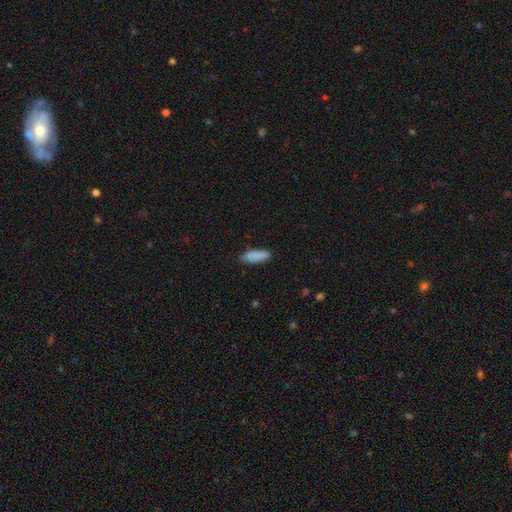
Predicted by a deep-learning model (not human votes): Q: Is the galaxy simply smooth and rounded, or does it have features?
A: smooth — 87%.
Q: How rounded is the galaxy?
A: in between — 50%.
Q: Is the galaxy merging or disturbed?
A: none — 84%.